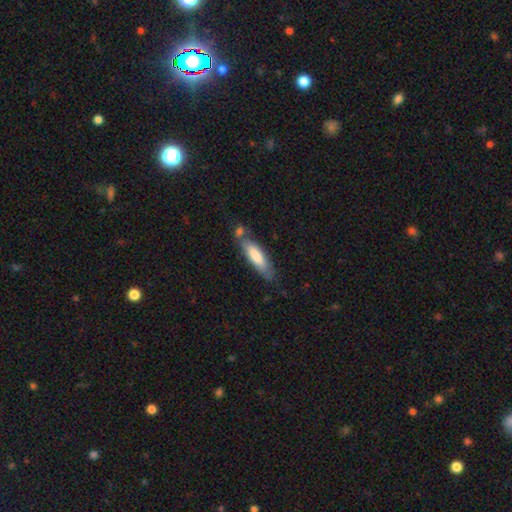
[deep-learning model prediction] smooth 73%, featured or disk 22%, star or artifact 6%. Down the decision tree: how rounded — cigar-shaped (60%); merging — none (60%).